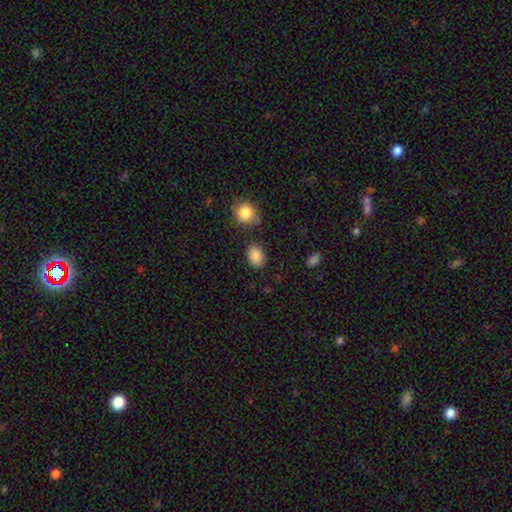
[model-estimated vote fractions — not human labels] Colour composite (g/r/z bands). It shows a smooth galaxy with no disk features (87%) that is in between round and cigar-shaped (78%). Merging: none (80%).